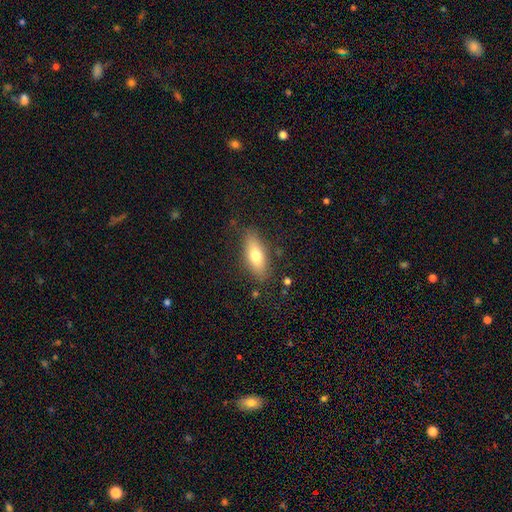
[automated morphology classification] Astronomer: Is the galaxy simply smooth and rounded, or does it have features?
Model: smooth — 71%.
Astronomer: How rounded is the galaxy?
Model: in between — 71%.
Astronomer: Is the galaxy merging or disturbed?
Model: none — 82%.